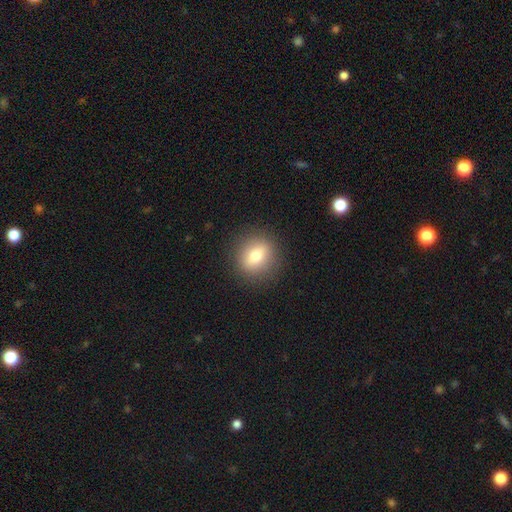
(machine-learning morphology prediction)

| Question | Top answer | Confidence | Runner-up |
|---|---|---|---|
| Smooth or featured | smooth | 70% | featured or disk (20%) |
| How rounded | round | 77% | in between (21%) |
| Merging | none | 89% | minor disturbance (7%) |